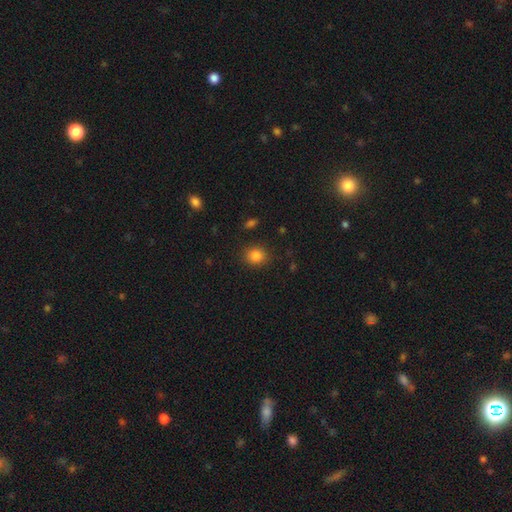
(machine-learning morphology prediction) The model was most divided on "how rounded": round: 72%, in between: 27%, cigar-shaped: 1%. More confident: merging — none (86%); smooth or featured — smooth (84%).